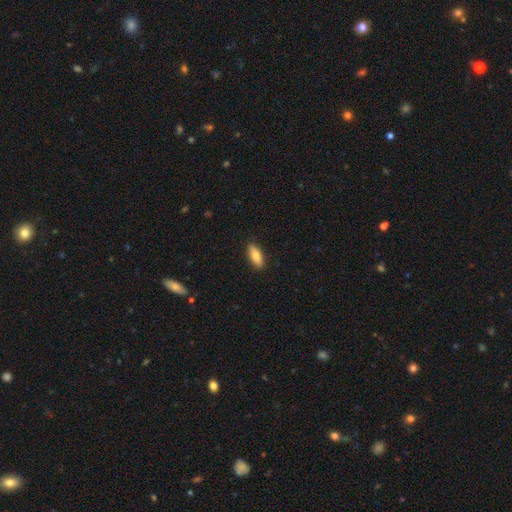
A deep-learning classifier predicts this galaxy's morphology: Smooth or featured? Predicted: smooth (p=0.77). How rounded? Predicted: in between (p=0.71). Merging? Predicted: none (p=0.89).